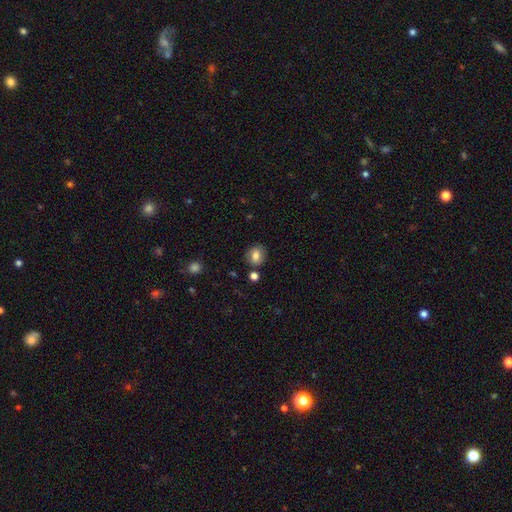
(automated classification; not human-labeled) A smooth galaxy with no disk features (75%) that is round (64%).

Vote fractions:
- Smooth or featured? smooth: 75% / featured or disk: 15% / star or artifact: 10%
- How rounded? round: 64% / in between: 35% / cigar-shaped: 1%
- Merging? none: 79% / minor disturbance: 12% / merger: 5% / major disturbance: 3%